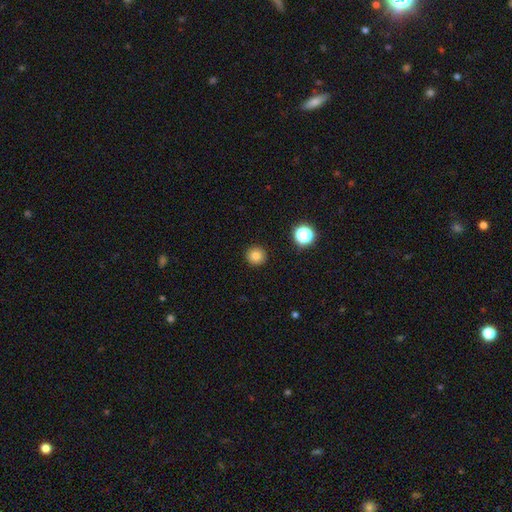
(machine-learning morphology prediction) Smooth or featured?
  - smooth: 82% *
  - star or artifact: 13%
  - featured or disk: 5%
How rounded?
  - round: 94% *
  - in between: 5%
  - cigar-shaped: 1%
Merging?
  - none: 92% *
  - minor disturbance: 5%
  - major disturbance: 2%
  - merger: 1%